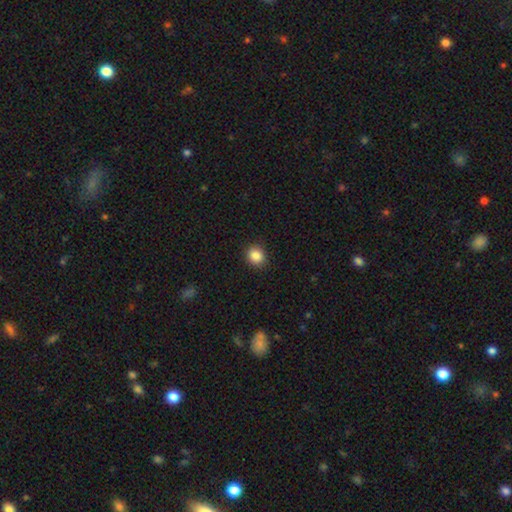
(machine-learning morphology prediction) smooth_or_featured: smooth (p=0.86) [alt: star or artifact p=0.10]
how_rounded: round (p=0.76) [alt: in between p=0.23]
merging: none (p=0.90) [alt: minor disturbance p=0.07]